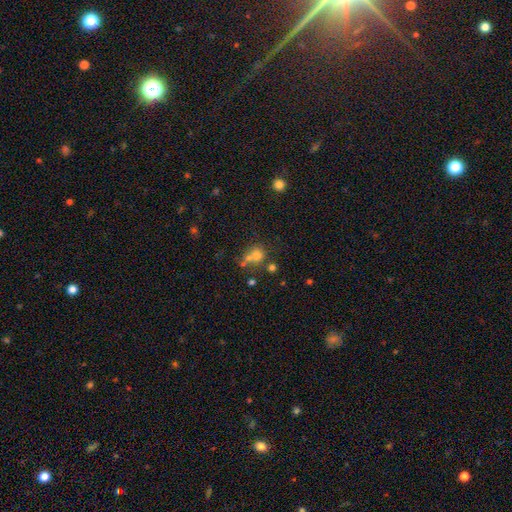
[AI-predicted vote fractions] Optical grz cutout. It shows a smooth galaxy with no disk features (67%) that is round (82%). Merging: none (47%).